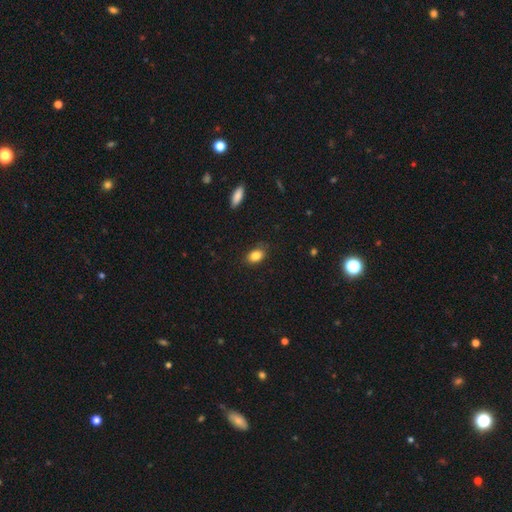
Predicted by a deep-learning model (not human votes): A smooth galaxy with no disk features (85%) that is in between round and cigar-shaped (82%). Merging: none (84%).